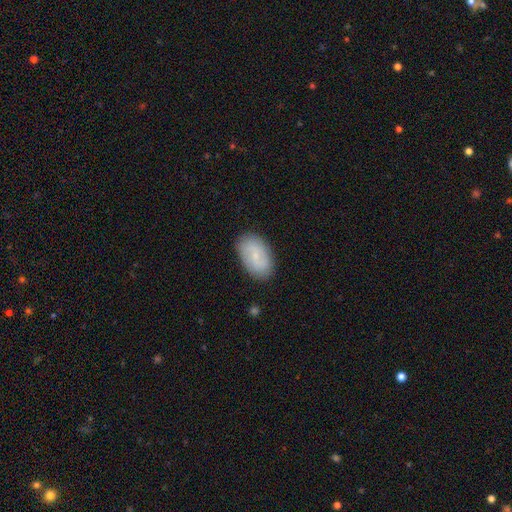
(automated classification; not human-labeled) Smooth or featured? smooth (54%)
How rounded? in between (92%)
Merging? none (84%)